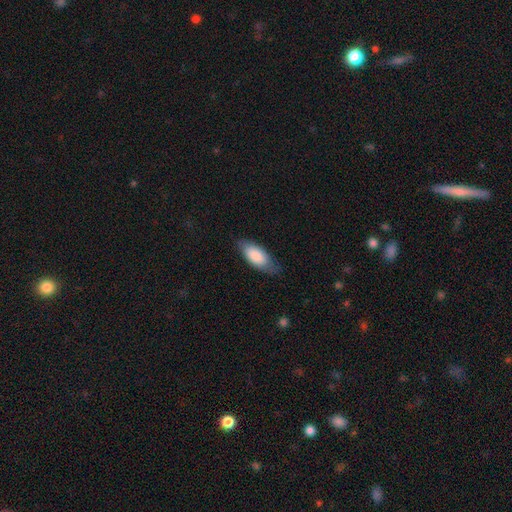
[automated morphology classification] Overall: smooth (84%). How rounded: in between (86%). Merging: none (71%).